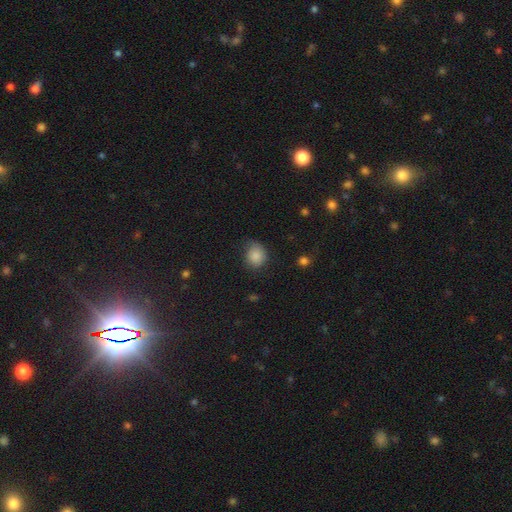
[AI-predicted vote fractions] Morphology: type=smooth (84%); roundness=round (64%); merging=none (60%).